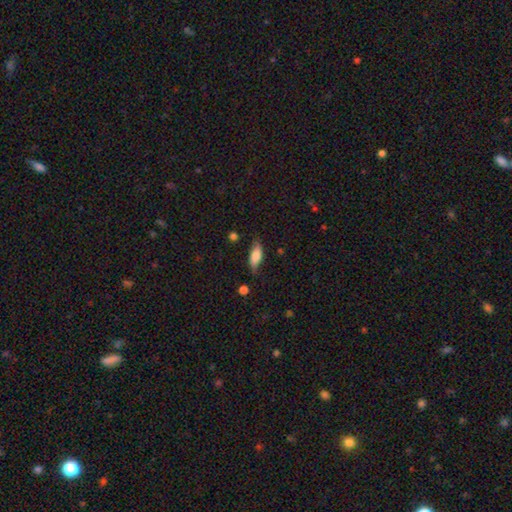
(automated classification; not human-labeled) This is likely a smooth galaxy (74%). How rounded: likely in between (75%). Merging: likely none (69%).